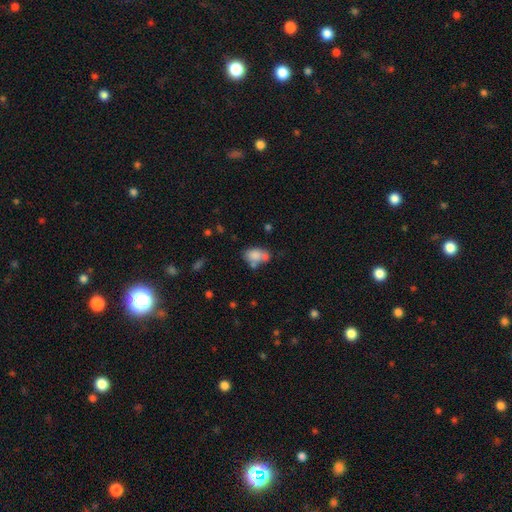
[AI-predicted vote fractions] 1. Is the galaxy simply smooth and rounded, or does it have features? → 77% smooth, 13% featured or disk, 10% star or artifact.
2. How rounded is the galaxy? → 79% in between, 20% round, 2% cigar-shaped.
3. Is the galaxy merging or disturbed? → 41% none, 34% merger, 17% minor disturbance, 8% major disturbance.